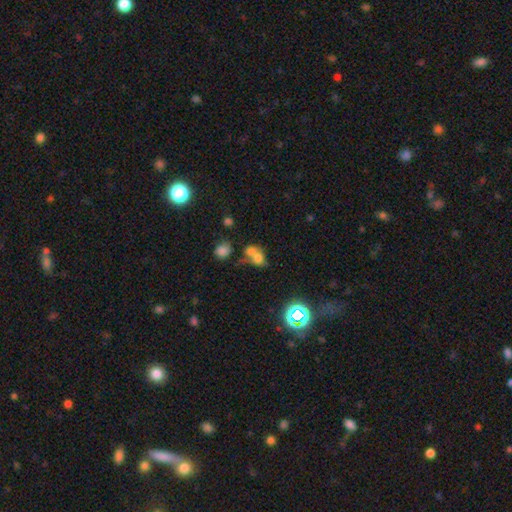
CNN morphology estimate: type=smooth (63%); roundness=round (51%); merging=merger (63%).